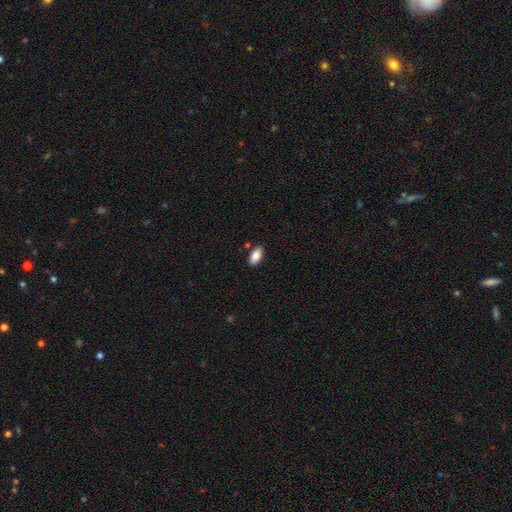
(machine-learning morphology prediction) smooth 88%, star or artifact 7%, featured or disk 5%. Down the decision tree: how rounded — in between (92%); merging — none (86%).